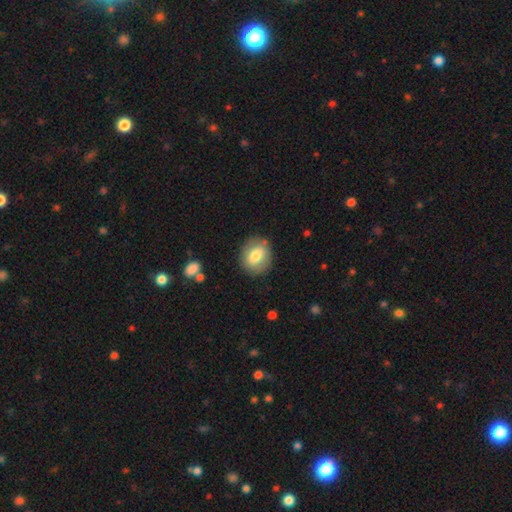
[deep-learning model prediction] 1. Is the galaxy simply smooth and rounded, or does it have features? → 75% smooth, 17% featured or disk, 7% star or artifact.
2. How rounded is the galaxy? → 56% round, 43% in between, 1% cigar-shaped.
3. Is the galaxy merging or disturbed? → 82% none, 12% minor disturbance, 4% major disturbance, 2% merger.